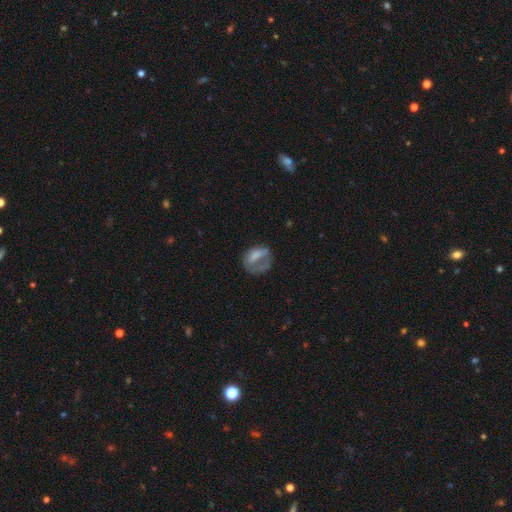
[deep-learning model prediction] Smooth or featured: smooth — 54% (featured or disk — 35%)
How rounded: in between — 48% (tied with round — 48%)
Merging: major disturbance — 42% (none — 32%)